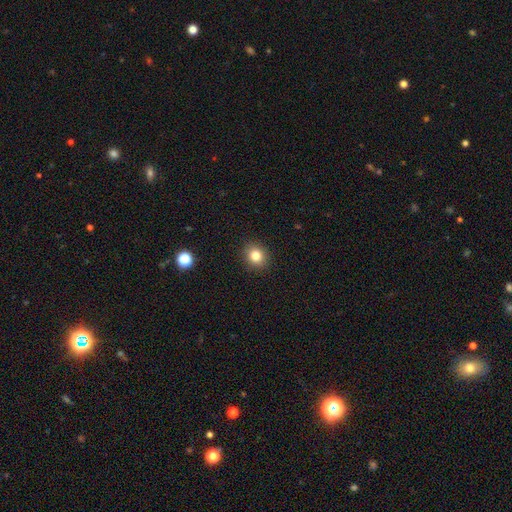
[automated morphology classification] Q: Smooth or featured?
A: smooth (82%); runner-up: star or artifact (12%)
Q: How rounded?
A: round (78%); runner-up: in between (21%)
Q: Merging?
A: none (91%); runner-up: minor disturbance (6%)